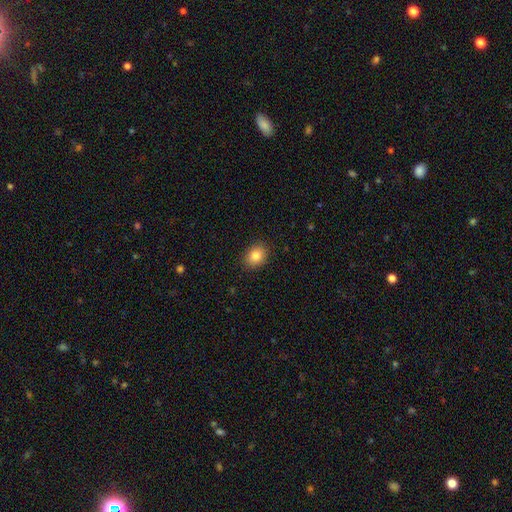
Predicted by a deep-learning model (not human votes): Smooth or featured?
  - smooth: 83% *
  - star or artifact: 9%
  - featured or disk: 7%
How rounded?
  - in between: 51% *
  - round: 48%
  - cigar-shaped: 1%
Merging?
  - none: 90% *
  - minor disturbance: 7%
  - major disturbance: 2%
  - merger: 1%